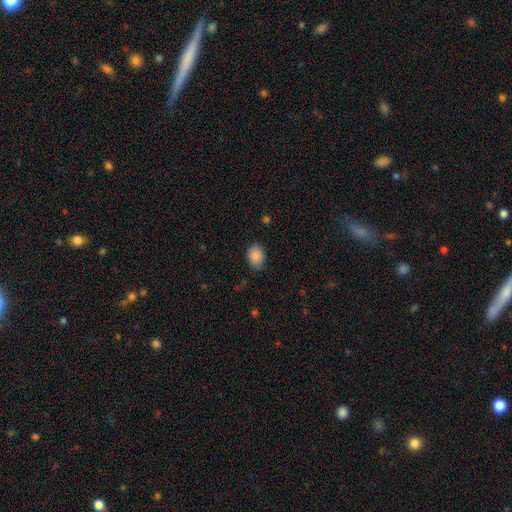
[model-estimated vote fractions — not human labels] Overall: smooth (88%). How rounded: in between (75%). Merging: none (81%).